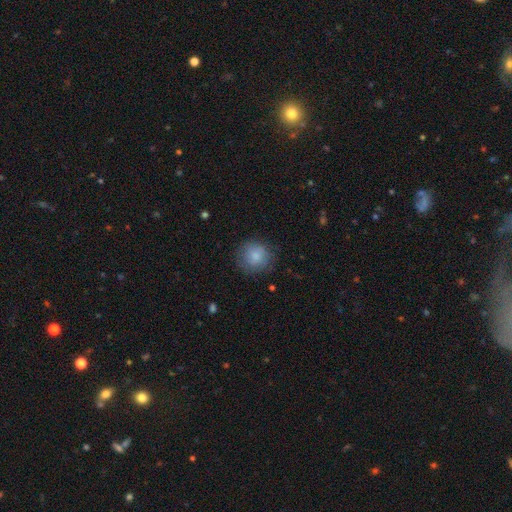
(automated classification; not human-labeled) smooth_or_featured: smooth (p=0.82) [alt: featured or disk p=0.10]
how_rounded: round (p=0.90) [alt: in between p=0.09]
merging: none (p=0.77) [alt: minor disturbance p=0.16]